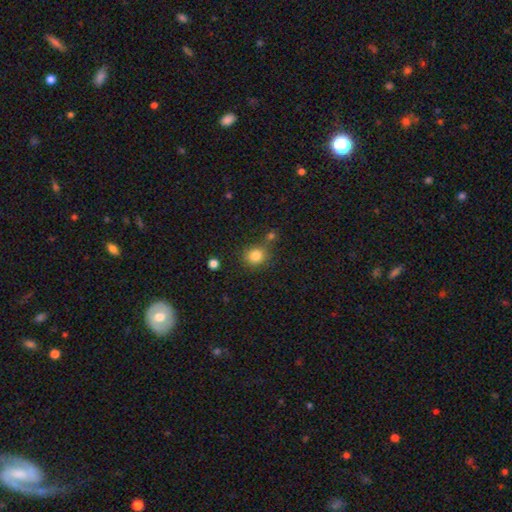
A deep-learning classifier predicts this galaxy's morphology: Smooth or featured? Predicted: smooth (p=0.83). How rounded? Predicted: round (p=0.84). Merging? Predicted: none (p=0.70).